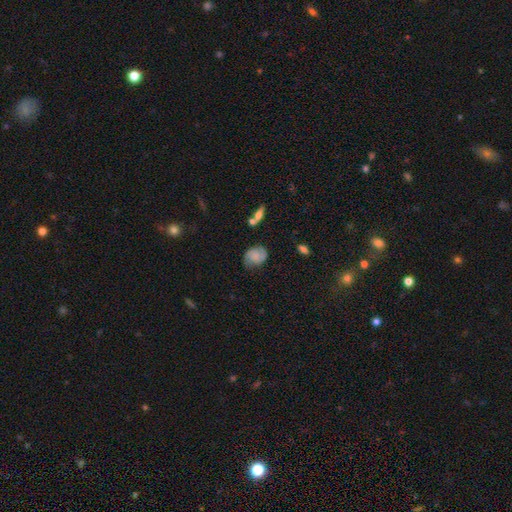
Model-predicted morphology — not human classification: Overall: featured or disk (46%; smooth 44%). Merging: none (63%; minor disturbance 26%).